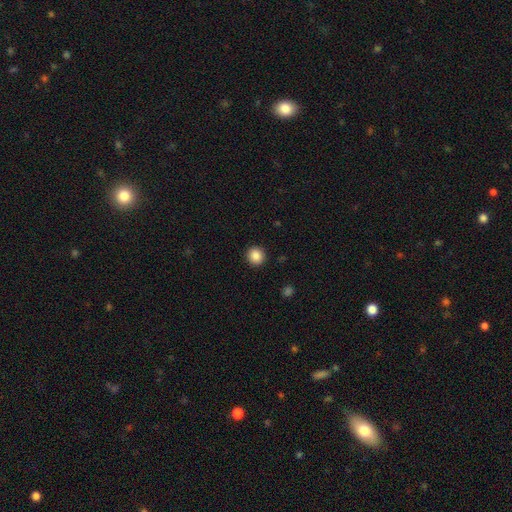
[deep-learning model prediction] Overall: smooth (87%). How rounded: round (92%). Merging: none (92%).